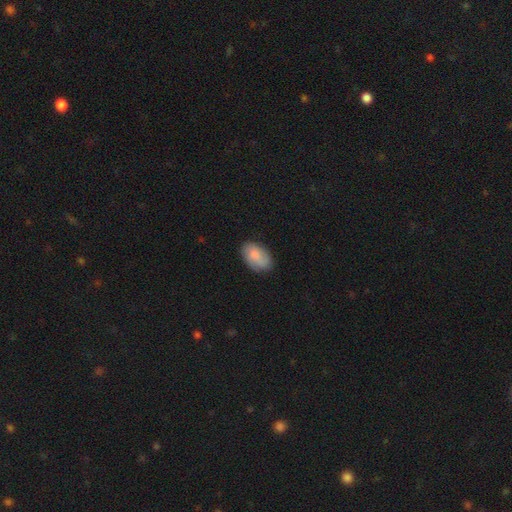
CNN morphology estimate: type=smooth (73%); roundness=in between (90%); merging=none (76%).